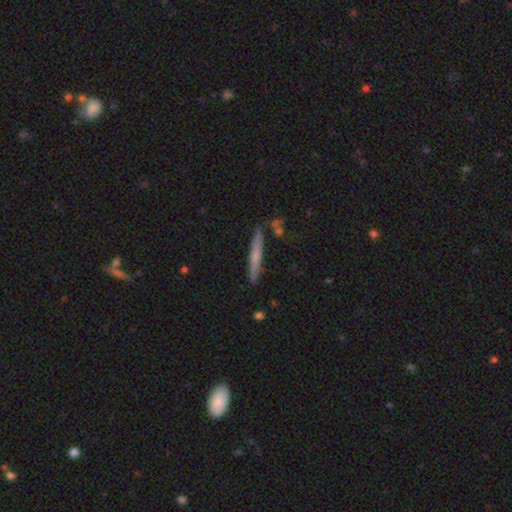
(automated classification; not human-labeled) The model was most divided on "smooth or featured": smooth: 52%, featured or disk: 41%, star or artifact: 7%. More confident: how rounded — cigar-shaped (95%); merging — none (86%).